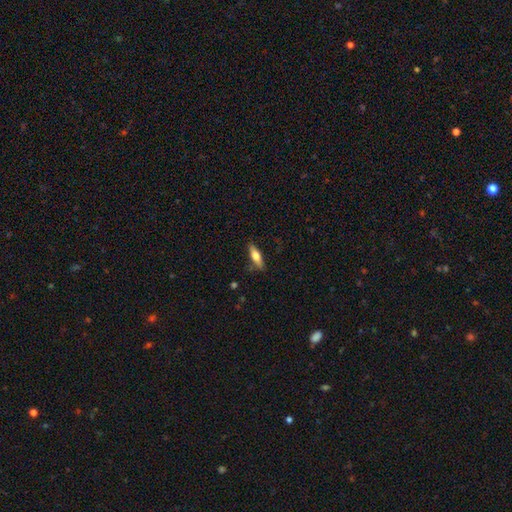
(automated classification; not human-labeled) Morphology: type=smooth (56%); roundness=cigar-shaped (57%); merging=none (83%).